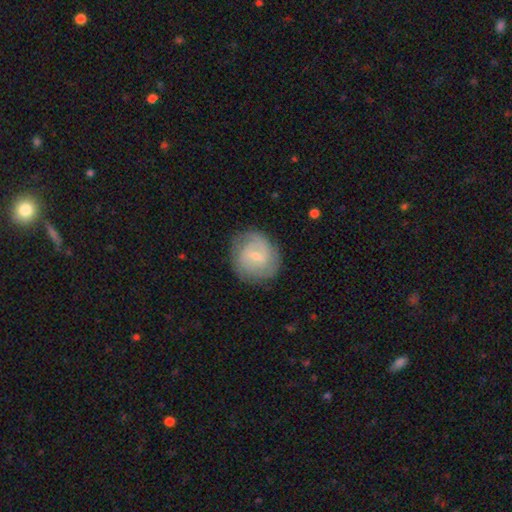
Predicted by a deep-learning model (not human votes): Smooth or featured: featured or disk — 67% (smooth — 27%)
Edge-on disk: no — 97% (yes — 3%)
Bar: weak — 61% (no — 25%)
Spiral arms: yes — 86% (no — 14%)
Spiral winding: tight — 56% (medium — 33%)
Spiral arm count: 2 — 44% (can't tell — 33%)
Bulge size: small — 66% (moderate — 28%)
Merging: none — 76% (minor disturbance — 16%)